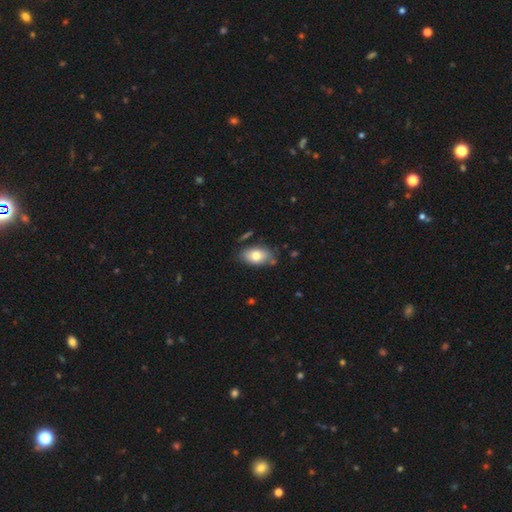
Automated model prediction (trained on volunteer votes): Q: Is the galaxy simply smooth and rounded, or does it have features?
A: smooth — 76%.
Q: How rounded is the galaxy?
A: in between — 90%.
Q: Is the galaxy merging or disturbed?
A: none — 73%.